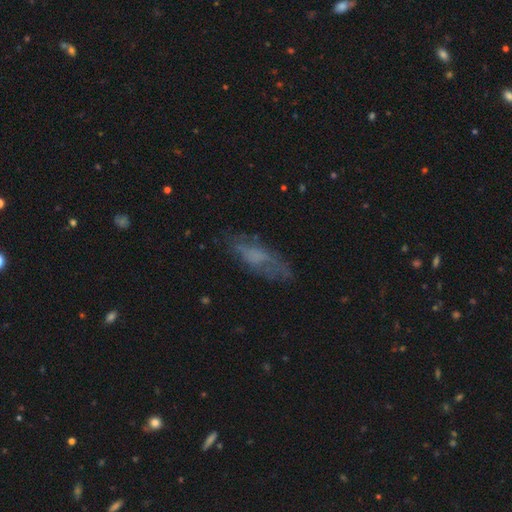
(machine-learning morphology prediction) Smooth or featured? smooth (50%)
Merging? none (63%)